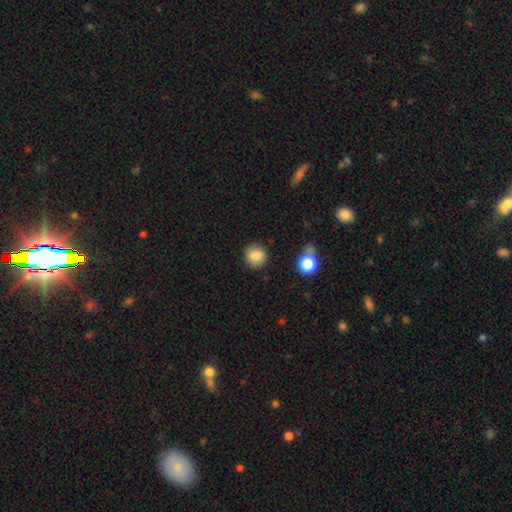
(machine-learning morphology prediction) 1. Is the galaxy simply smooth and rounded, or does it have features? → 85% smooth, 9% star or artifact, 5% featured or disk.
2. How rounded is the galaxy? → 86% round, 13% in between, 1% cigar-shaped.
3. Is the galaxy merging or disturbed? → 84% none, 10% minor disturbance, 3% major disturbance, 2% merger.